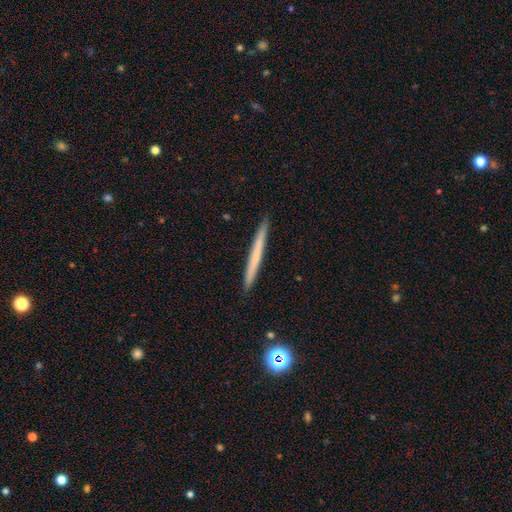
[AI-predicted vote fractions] Overall: smooth (56%; featured or disk 37%). How rounded: cigar-shaped (97%). Merging: none (92%).